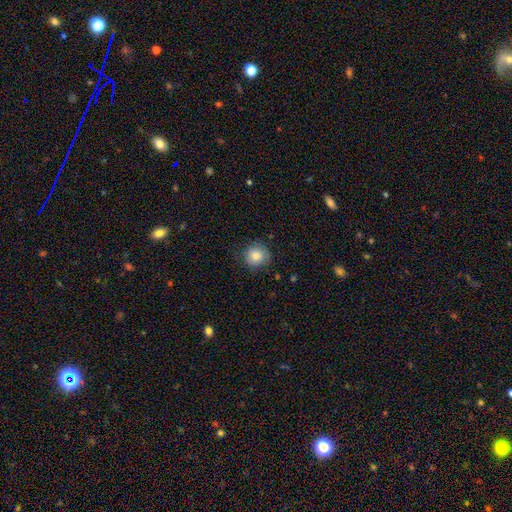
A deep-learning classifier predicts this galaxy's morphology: Q: Smooth or featured?
A: smooth (84%); runner-up: star or artifact (9%)
Q: How rounded?
A: round (87%); runner-up: in between (12%)
Q: Merging?
A: none (81%); runner-up: minor disturbance (15%)